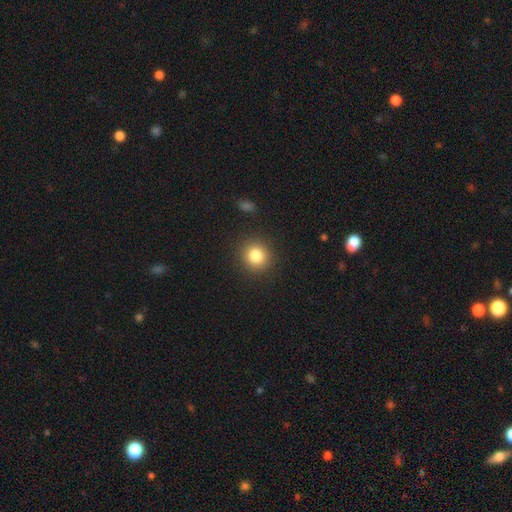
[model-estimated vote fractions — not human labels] Smooth or featured? Predicted: smooth (p=0.82). How rounded? Predicted: round (p=0.90). Merging? Predicted: none (p=0.90).